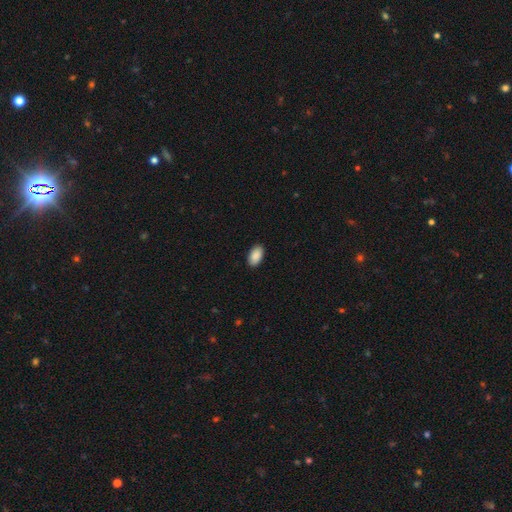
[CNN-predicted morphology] Smooth or featured? Predicted: smooth (p=0.91). How rounded? Predicted: in between (p=0.95). Merging? Predicted: none (p=0.90).